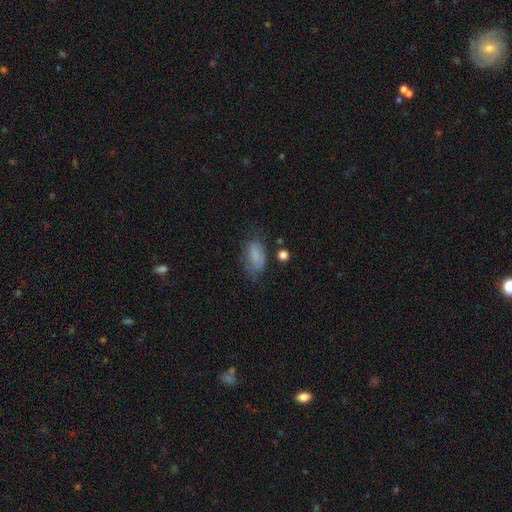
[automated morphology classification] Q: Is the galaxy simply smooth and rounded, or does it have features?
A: smooth — 73%.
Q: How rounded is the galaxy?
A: in between — 90%.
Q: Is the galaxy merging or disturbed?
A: none — 57%.